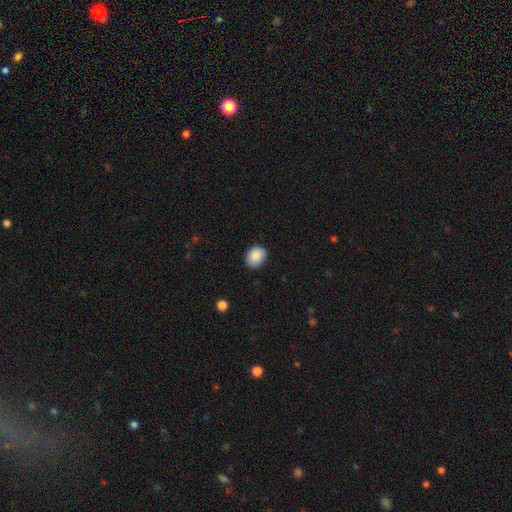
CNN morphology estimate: Q: Smooth or featured?
A: smooth (88%); runner-up: star or artifact (8%)
Q: How rounded?
A: in between (55%); runner-up: round (44%)
Q: Merging?
A: none (84%); runner-up: minor disturbance (13%)